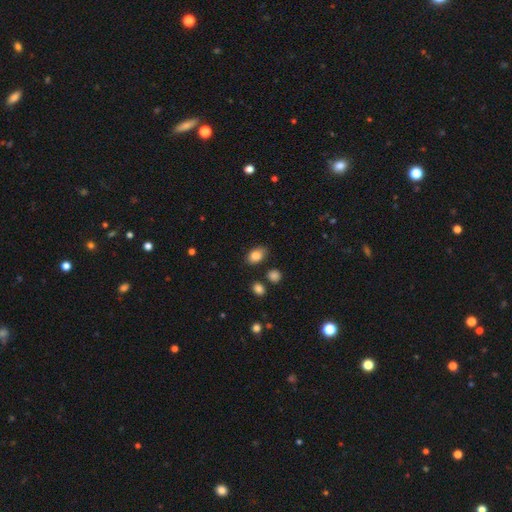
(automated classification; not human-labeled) The model was most divided on "how rounded": in between: 79%, round: 19%, cigar-shaped: 1%. More confident: smooth or featured — smooth (83%); merging — none (79%).